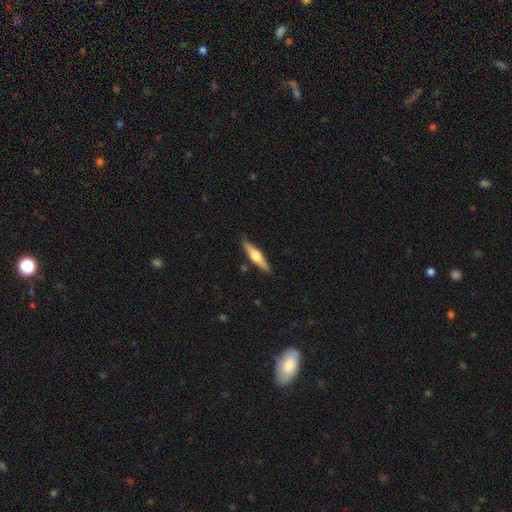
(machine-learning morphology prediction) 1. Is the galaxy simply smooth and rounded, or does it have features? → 57% featured or disk, 38% smooth, 5% star or artifact.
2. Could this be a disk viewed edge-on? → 96% yes, 4% no.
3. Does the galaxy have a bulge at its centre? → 91% rounded, 6% boxy, 3% none.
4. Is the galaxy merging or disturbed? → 89% none, 8% minor disturbance, 2% major disturbance, 1% merger.